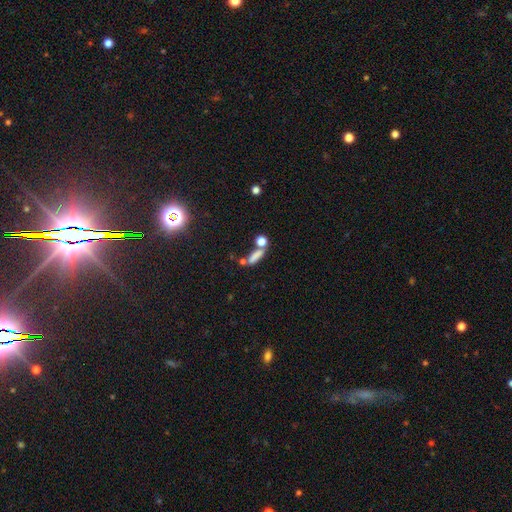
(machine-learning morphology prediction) Smooth or featured? Predicted: smooth (p=0.72). How rounded? Predicted: cigar-shaped (p=0.50). Merging? Predicted: none (p=0.50).